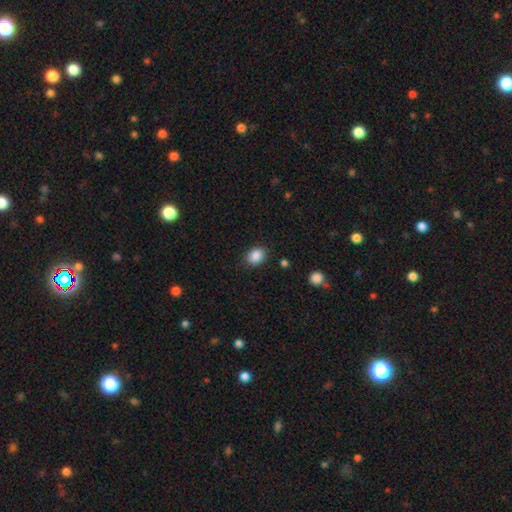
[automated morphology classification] Smooth or featured: smooth — 88% (star or artifact — 9%)
How rounded: in between — 58% (round — 41%)
Merging: none — 85% (minor disturbance — 11%)